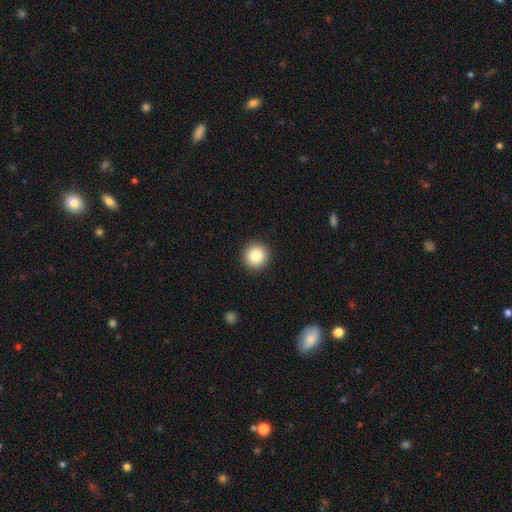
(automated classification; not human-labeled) Morphology: type=smooth (86%); roundness=round (94%); merging=none (92%).